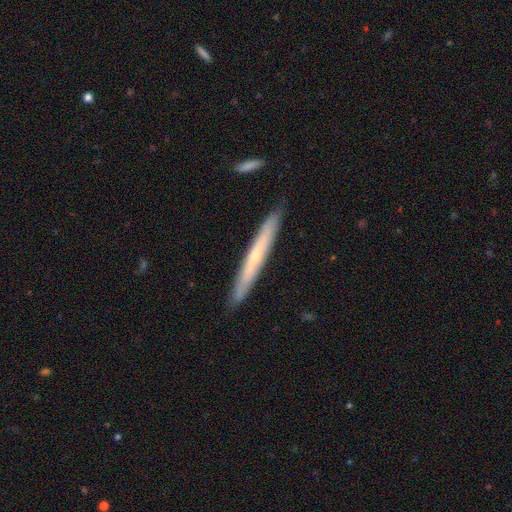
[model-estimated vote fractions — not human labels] Q: Smooth or featured?
A: featured or disk (53%); runner-up: smooth (41%)
Q: Edge-on disk?
A: yes (92%); runner-up: no (8%)
Q: Merging?
A: none (89%); runner-up: minor disturbance (8%)